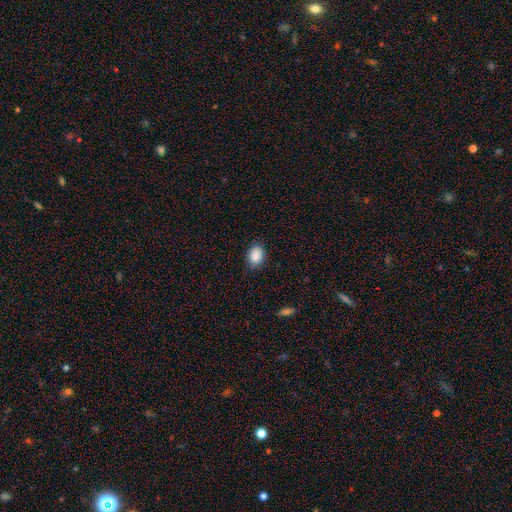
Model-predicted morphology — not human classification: Smooth or featured? smooth (88%)
How rounded? in between (71%)
Merging? none (84%)